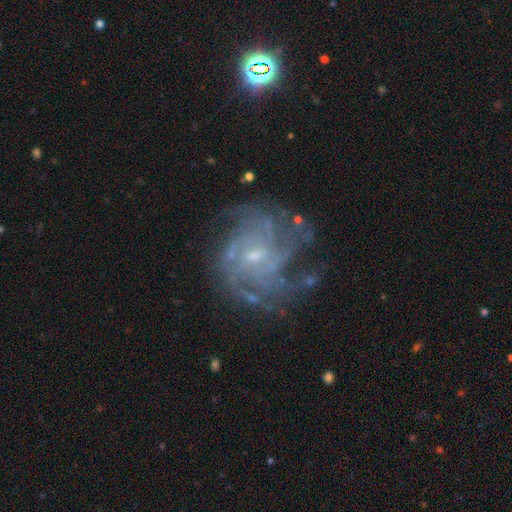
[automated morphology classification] This appears to be a featured or disk galaxy (84%) with no bar (51%), tight (46%) spiral arms (93%) and a small central bulge (70%). Merging: none (64%).